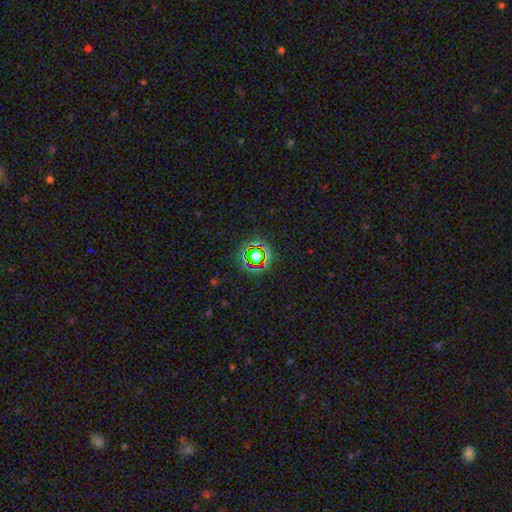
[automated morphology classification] A star or artifact, not a galaxy (68%).